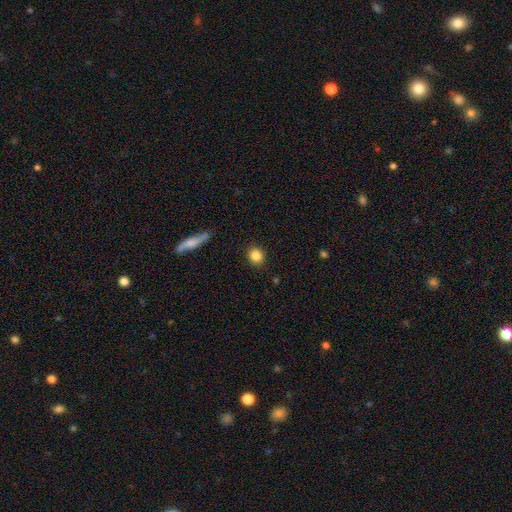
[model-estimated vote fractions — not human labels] Smooth or featured? Predicted: smooth (p=0.85). How rounded? Predicted: round (p=0.76). Merging? Predicted: none (p=0.89).